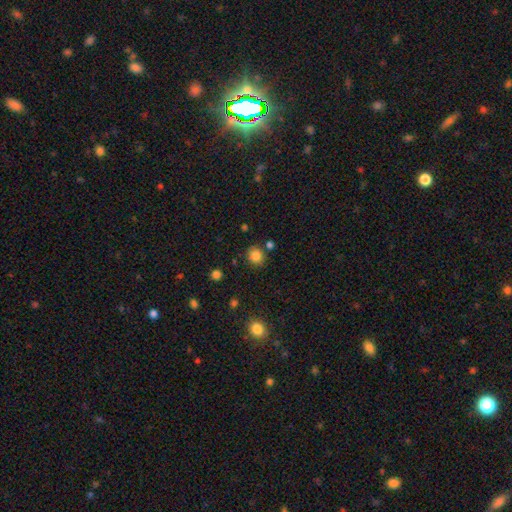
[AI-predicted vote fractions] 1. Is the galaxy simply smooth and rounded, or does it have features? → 84% smooth, 11% star or artifact, 5% featured or disk.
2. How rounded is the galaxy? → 84% round, 15% in between, 1% cigar-shaped.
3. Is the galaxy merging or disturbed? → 81% none, 10% minor disturbance, 6% merger, 3% major disturbance.